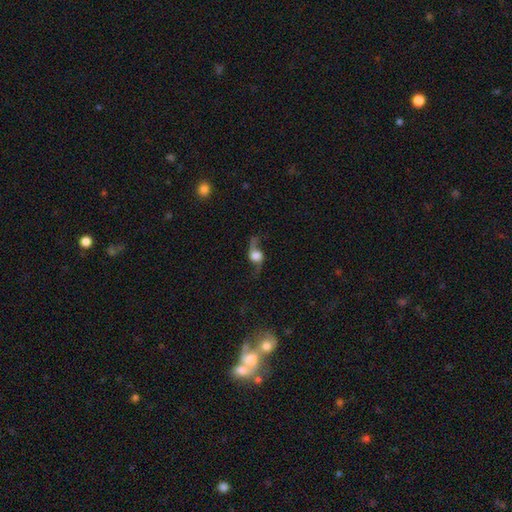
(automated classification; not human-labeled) Smooth or featured? featured or disk (70%)
Edge-on disk? no (82%)
Bar? no (67%)
Spiral arms? yes (91%)
Spiral winding? loose (91%)
Spiral arm count? 2 (92%)
Bulge size? large (45%)
Merging? none (67%)